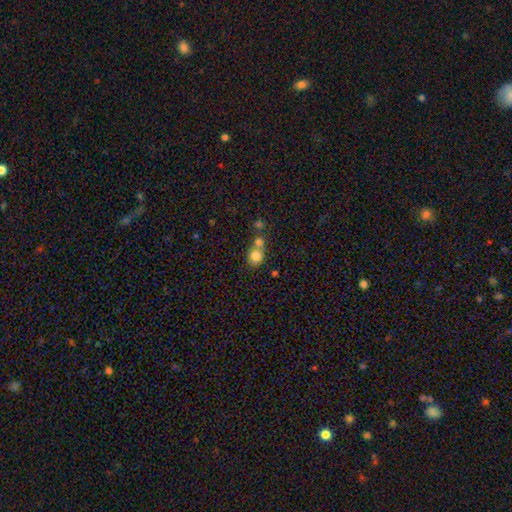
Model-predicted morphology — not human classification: This appears to be a smooth galaxy with no disk features (79%) that is round (71%). Merging: merger (49%).